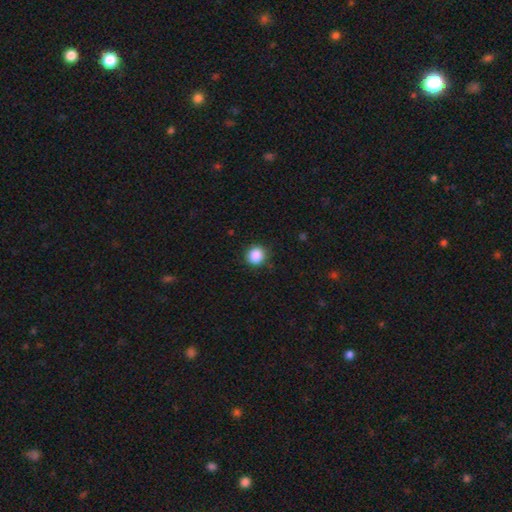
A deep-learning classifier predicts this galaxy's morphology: Smooth or featured: smooth — 87% (star or artifact — 10%)
How rounded: round — 86% (in between — 13%)
Merging: none — 88% (minor disturbance — 9%)